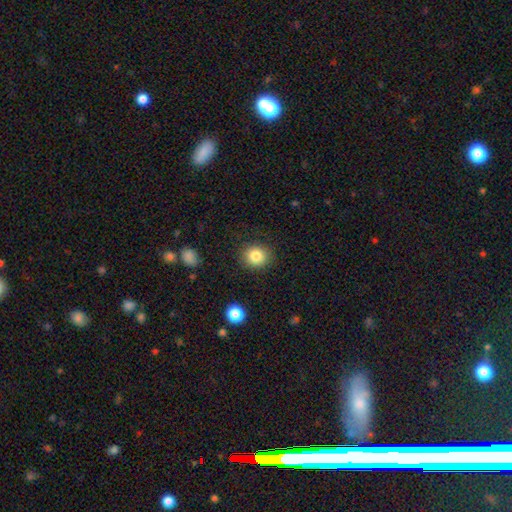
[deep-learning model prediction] Q: Smooth or featured?
A: smooth (85%); runner-up: star or artifact (10%)
Q: How rounded?
A: round (80%); runner-up: in between (19%)
Q: Merging?
A: none (87%); runner-up: minor disturbance (8%)